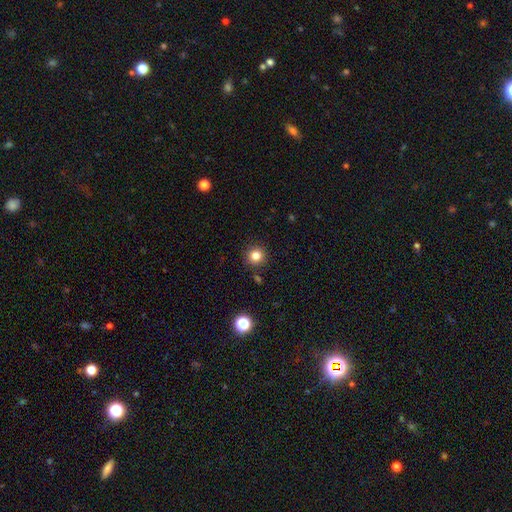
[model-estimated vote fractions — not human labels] Smooth or featured?
  - smooth: 82% *
  - star or artifact: 13%
  - featured or disk: 5%
How rounded?
  - round: 93% *
  - in between: 6%
  - cigar-shaped: 1%
Merging?
  - none: 89% *
  - minor disturbance: 7%
  - merger: 2%
  - major disturbance: 2%